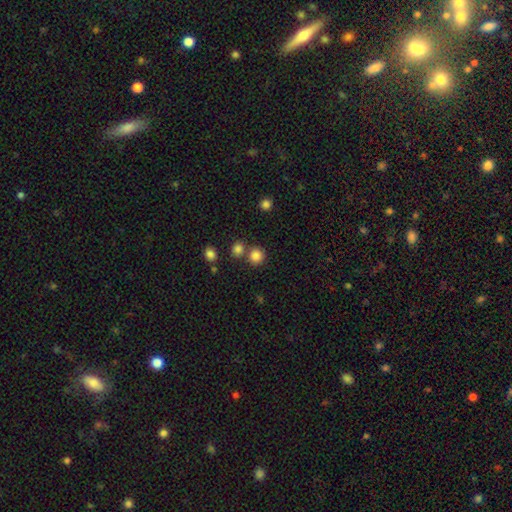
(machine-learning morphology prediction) Overall: smooth (83%). How rounded: round (91%). Merging: none (72%).